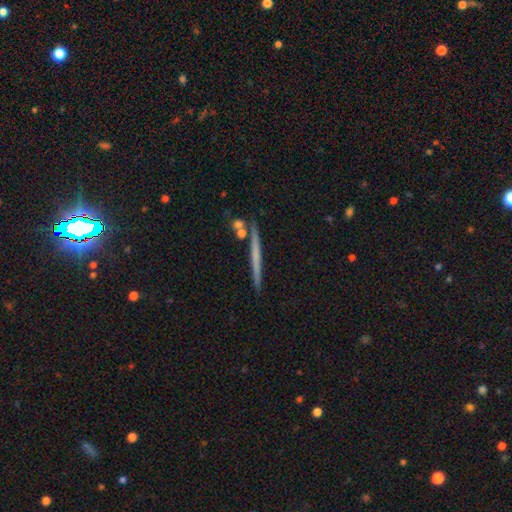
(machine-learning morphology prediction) Smooth or featured?
  - featured or disk: 49% *
  - smooth: 45%
  - star or artifact: 6%
Merging?
  - none: 87% *
  - minor disturbance: 7%
  - merger: 4%
  - major disturbance: 2%